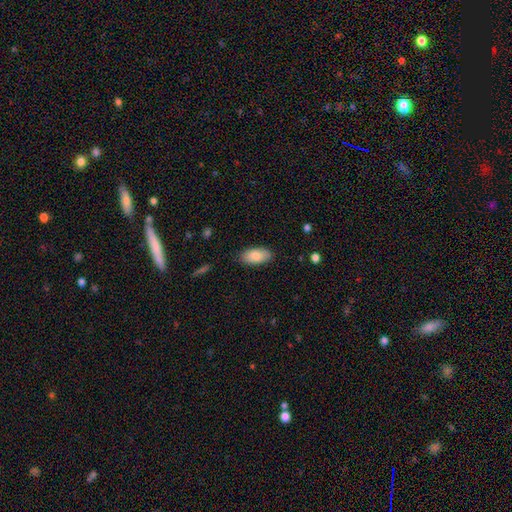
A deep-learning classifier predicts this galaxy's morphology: type=smooth (84%); roundness=in between (93%); merging=none (85%).